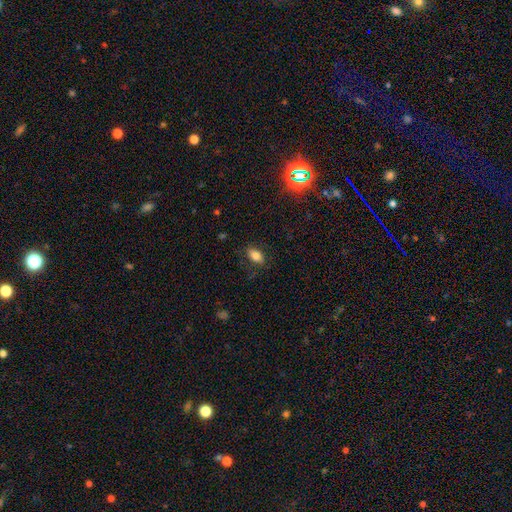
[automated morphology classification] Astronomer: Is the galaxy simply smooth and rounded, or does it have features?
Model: smooth — 80%.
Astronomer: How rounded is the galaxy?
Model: in between — 89%.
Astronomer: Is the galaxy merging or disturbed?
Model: none — 80%.